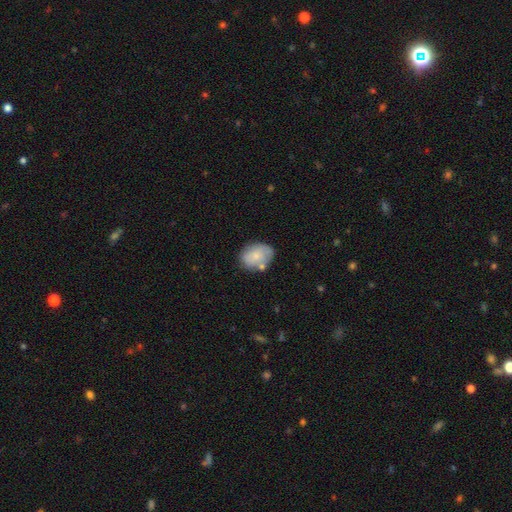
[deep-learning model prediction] Overall: smooth (73%). How rounded: in between (71%). Merging: none (64%).